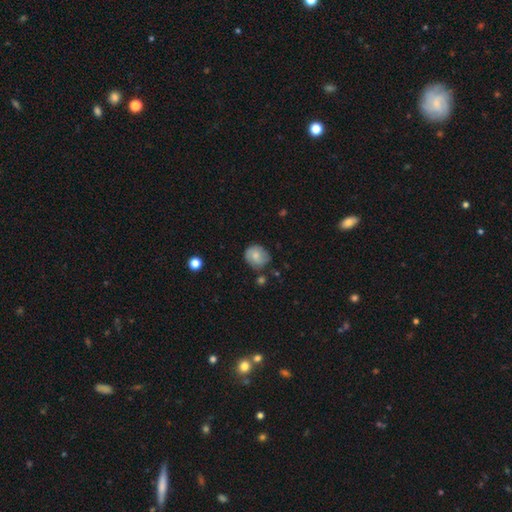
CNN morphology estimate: The model was most divided on "smooth or featured": smooth: 61%, featured or disk: 31%, star or artifact: 8%. More confident: how rounded — round (75%); merging — none (66%).